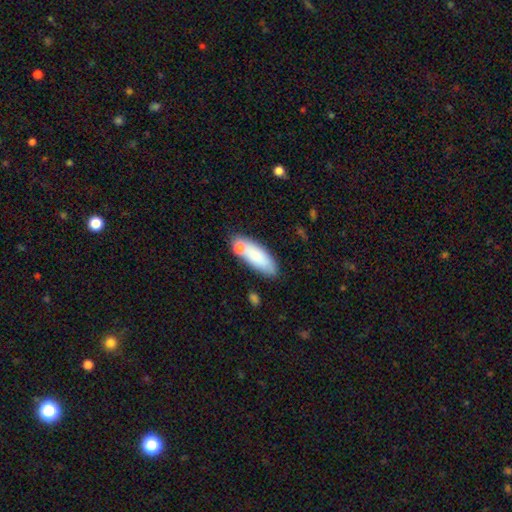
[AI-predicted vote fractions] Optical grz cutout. It shows a smooth galaxy with no disk features (77%) that is in between round and cigar-shaped (67%). Merging: none (60%).